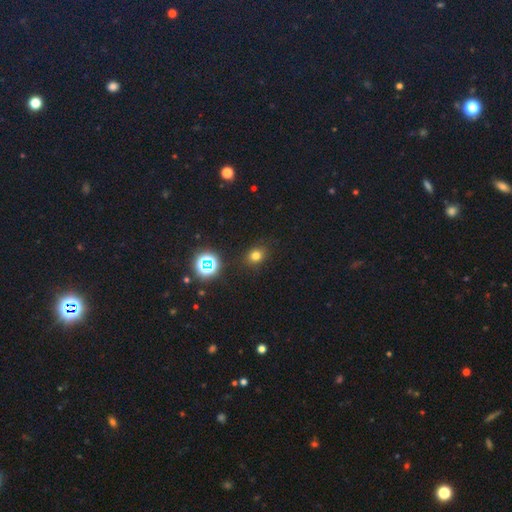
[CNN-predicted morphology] Smooth or featured? smooth (72%)
How rounded? round (64%)
Merging? none (86%)